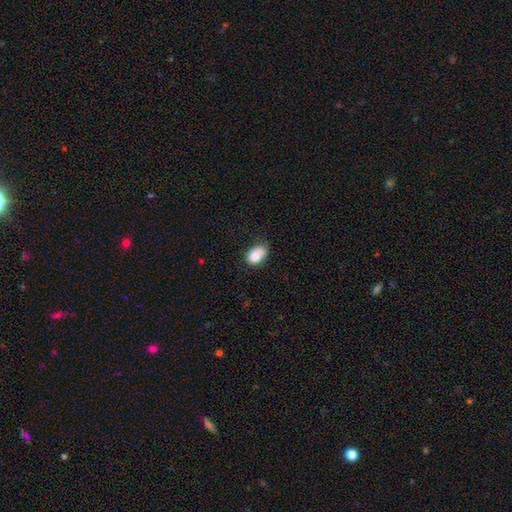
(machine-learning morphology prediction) Overall: smooth (80%). How rounded: in between (77%). Merging: none (48%; minor disturbance 30%).